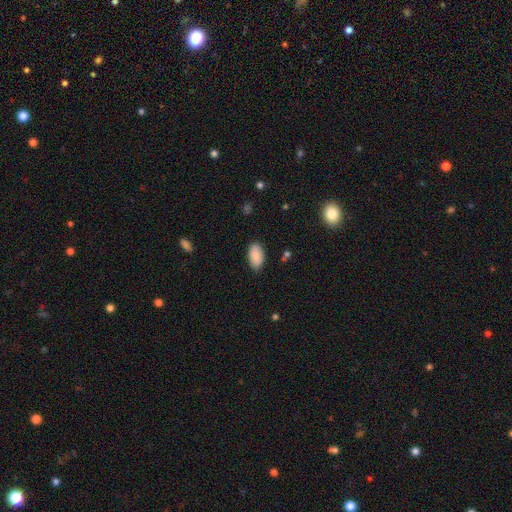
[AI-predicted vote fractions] Morphology: type=smooth (88%); roundness=in between (95%); merging=none (82%).